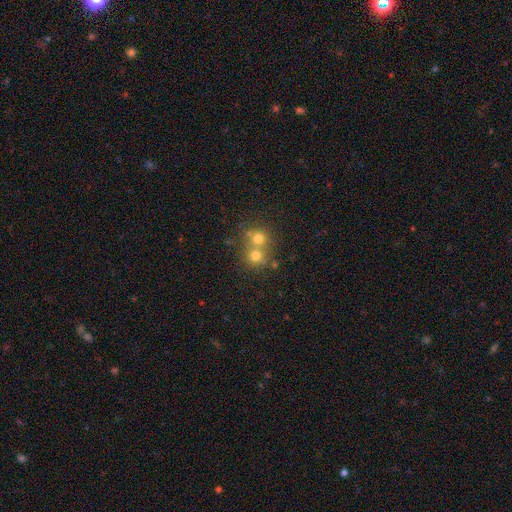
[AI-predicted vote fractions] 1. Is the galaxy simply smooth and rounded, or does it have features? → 69% smooth, 16% star or artifact, 15% featured or disk.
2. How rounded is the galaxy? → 84% round, 15% in between, 1% cigar-shaped.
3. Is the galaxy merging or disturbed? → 52% merger, 39% none, 6% minor disturbance, 3% major disturbance.